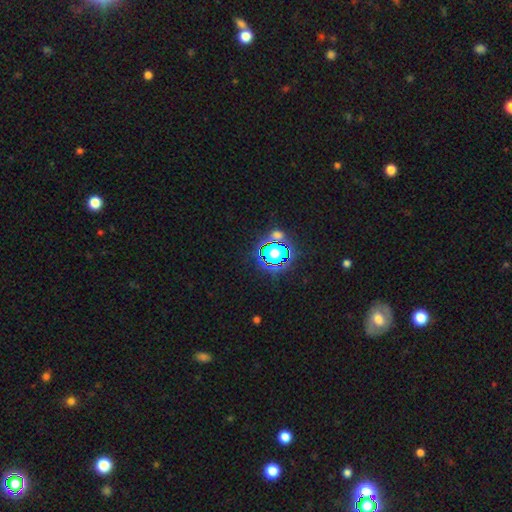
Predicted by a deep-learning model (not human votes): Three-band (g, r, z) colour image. It shows a star or artifact, not a galaxy (79%).